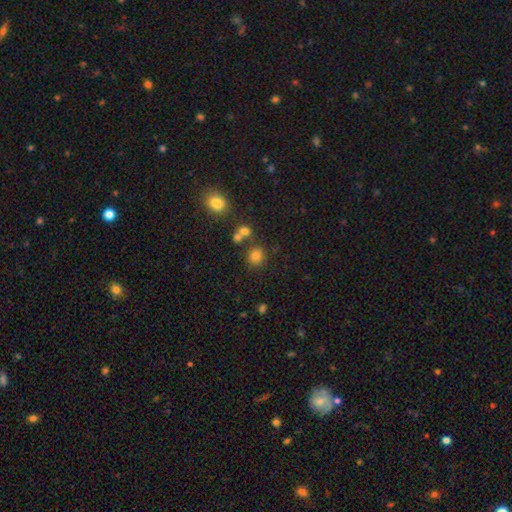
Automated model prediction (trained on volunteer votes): This is likely a smooth galaxy (78%). How rounded: clearly round (81%). Merging: likely none (70%).